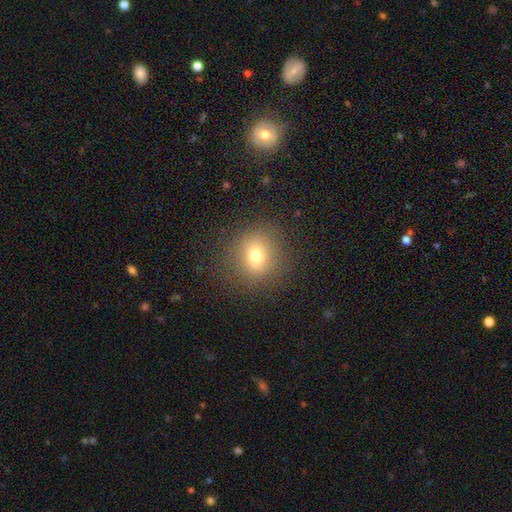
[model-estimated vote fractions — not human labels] Smooth or featured: smooth — 72% (star or artifact — 15%)
How rounded: round — 83% (in between — 16%)
Merging: none — 86% (minor disturbance — 9%)